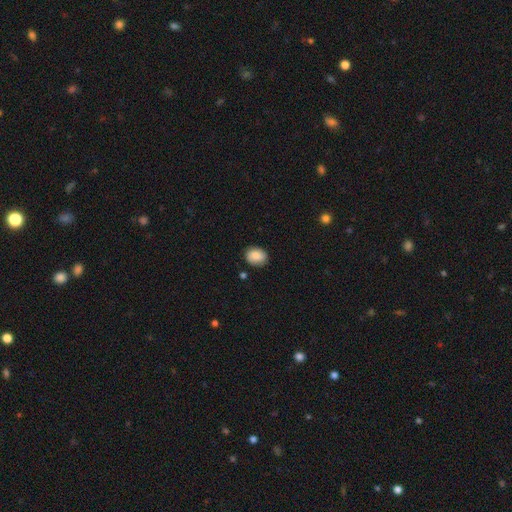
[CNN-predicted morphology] Q: Smooth or featured?
A: smooth (84%); runner-up: featured or disk (9%)
Q: How rounded?
A: in between (55%); runner-up: round (44%)
Q: Merging?
A: none (83%); runner-up: minor disturbance (13%)